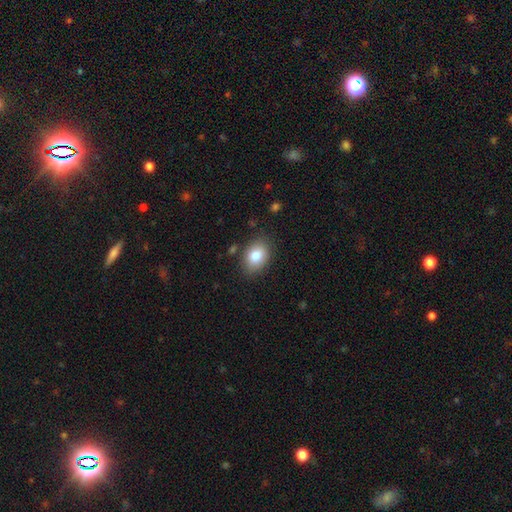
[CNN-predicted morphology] Smooth or featured?
  - smooth: 83% *
  - featured or disk: 9%
  - star or artifact: 8%
How rounded?
  - in between: 78% *
  - round: 21%
  - cigar-shaped: 1%
Merging?
  - none: 82% *
  - minor disturbance: 13%
  - major disturbance: 3%
  - merger: 2%